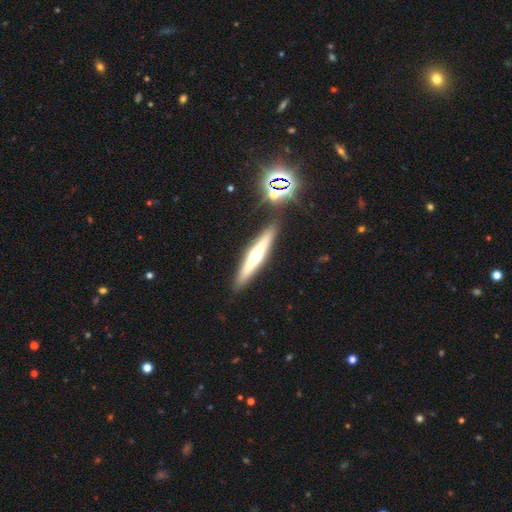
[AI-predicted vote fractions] A featured or disk galaxy (53%) viewed edge-on (94%). Merging: none (88%).